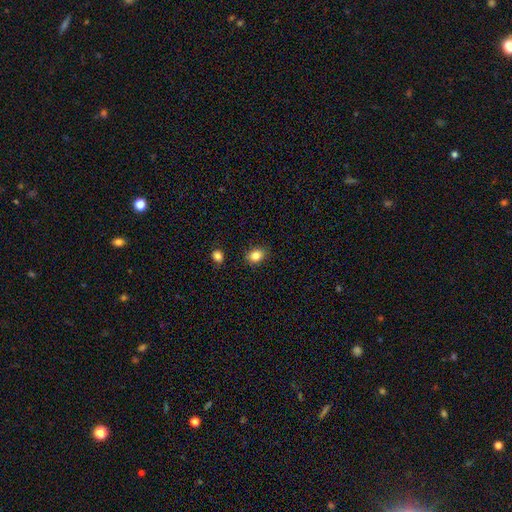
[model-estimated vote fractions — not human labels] This appears to be a smooth galaxy with no disk features (85%) that is in between round and cigar-shaped (62%). Merging: none (87%).